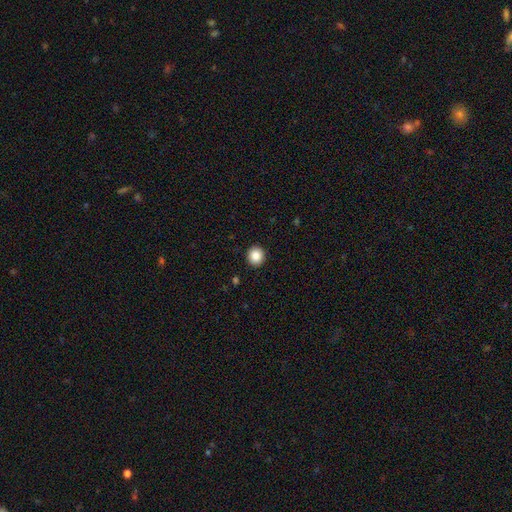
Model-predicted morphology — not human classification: smooth 87%, star or artifact 9%, featured or disk 4%. Down the decision tree: how rounded — round (91%); merging — none (92%).